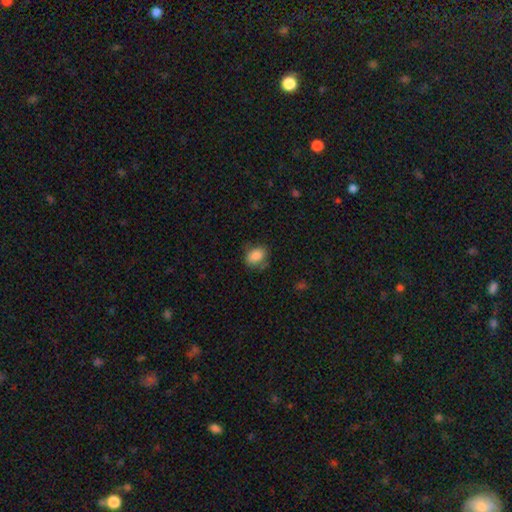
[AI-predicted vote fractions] Q: Smooth or featured?
A: smooth (86%); runner-up: star or artifact (8%)
Q: How rounded?
A: in between (70%); runner-up: round (28%)
Q: Merging?
A: none (69%); runner-up: minor disturbance (22%)